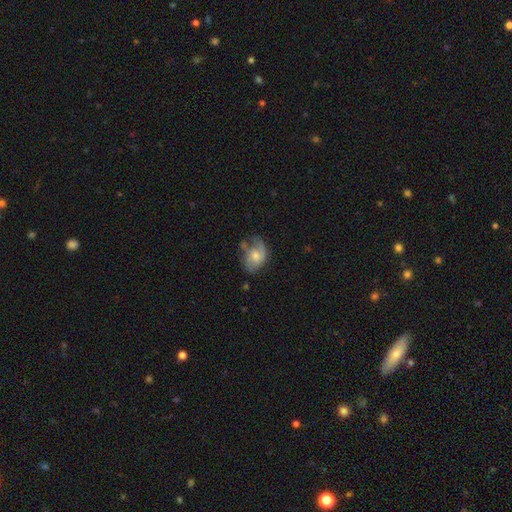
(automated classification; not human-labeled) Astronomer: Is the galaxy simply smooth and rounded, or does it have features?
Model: featured or disk — 60%.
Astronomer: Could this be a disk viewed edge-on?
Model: no — 96%.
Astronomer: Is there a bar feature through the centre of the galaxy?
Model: no — 68%.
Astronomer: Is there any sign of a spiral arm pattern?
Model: yes — 82%.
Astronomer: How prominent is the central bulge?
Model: moderate — 55% (runner-up: small, 35%).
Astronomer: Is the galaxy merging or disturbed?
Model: none — 55%.